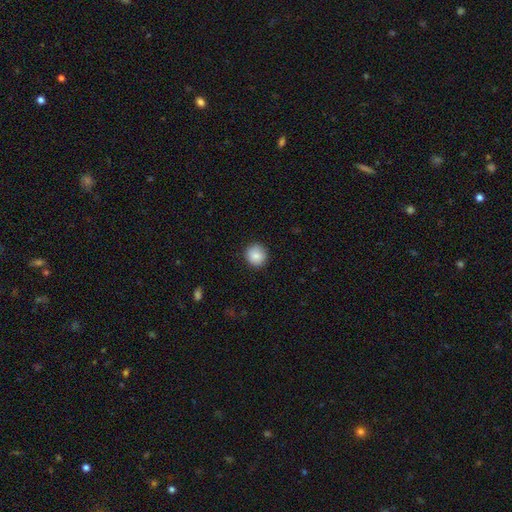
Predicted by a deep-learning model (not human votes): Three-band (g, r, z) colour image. It shows a smooth galaxy with no disk features (87%) that is round (93%). Merging: none (90%).